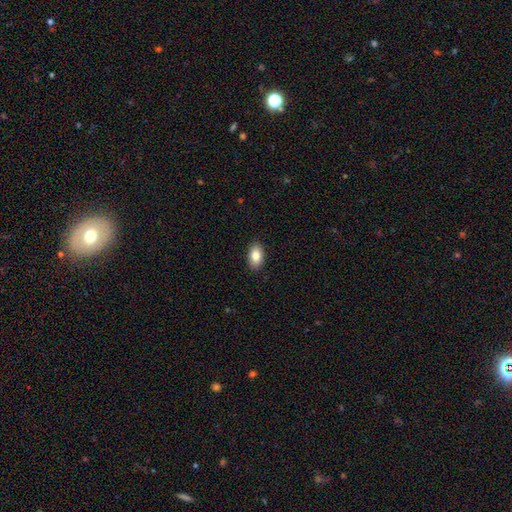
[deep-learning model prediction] A smooth galaxy with no disk features (84%) that is in between round and cigar-shaped (92%).

Vote fractions:
- Smooth or featured? smooth: 84% / featured or disk: 9% / star or artifact: 7%
- How rounded? in between: 92% / round: 6% / cigar-shaped: 2%
- Merging? none: 90% / minor disturbance: 8% / major disturbance: 2% / merger: 1%